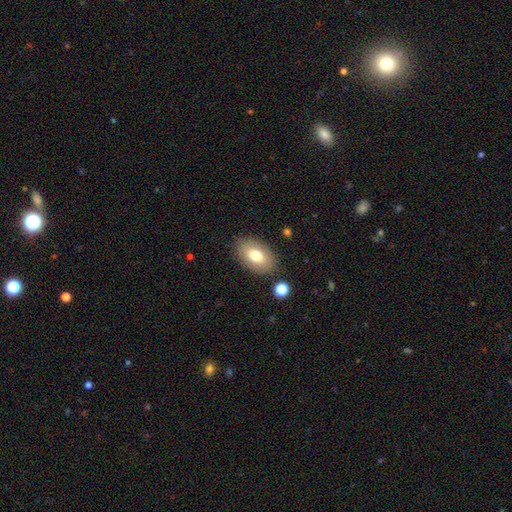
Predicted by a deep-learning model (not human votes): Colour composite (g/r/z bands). It shows a smooth galaxy with no disk features (73%) that is in between round and cigar-shaped (91%). Merging: none (83%).